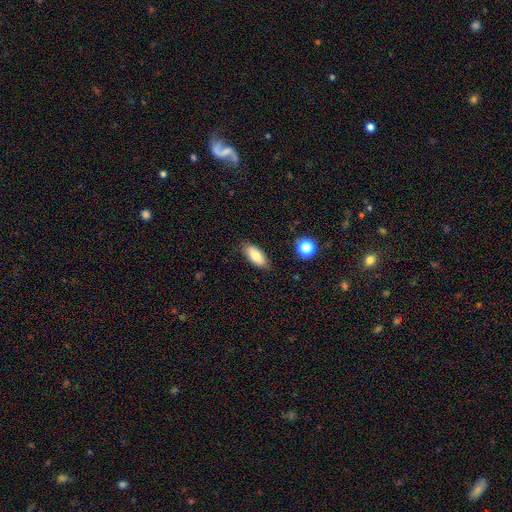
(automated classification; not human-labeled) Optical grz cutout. It shows a smooth galaxy with no disk features (83%) that is in between round and cigar-shaped (85%). Merging: none (85%).